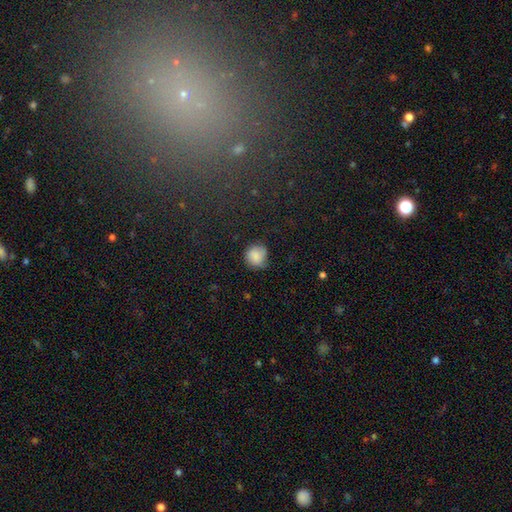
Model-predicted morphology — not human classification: Smooth or featured?
  - smooth: 80% *
  - featured or disk: 11%
  - star or artifact: 9%
How rounded?
  - round: 86% *
  - in between: 13%
  - cigar-shaped: 1%
Merging?
  - none: 65% *
  - minor disturbance: 26%
  - major disturbance: 7%
  - merger: 2%